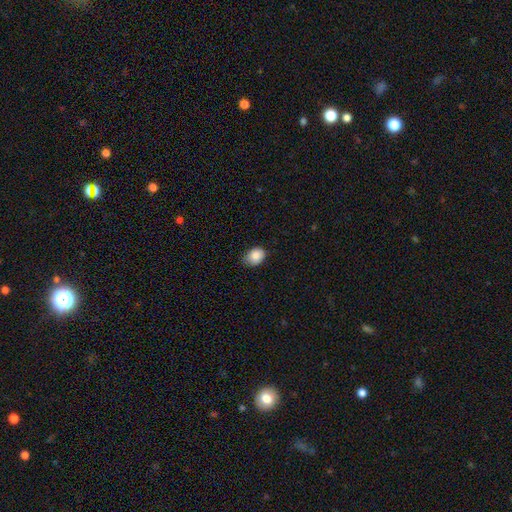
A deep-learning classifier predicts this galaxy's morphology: type=smooth (85%); roundness=in between (65%); merging=none (69%).